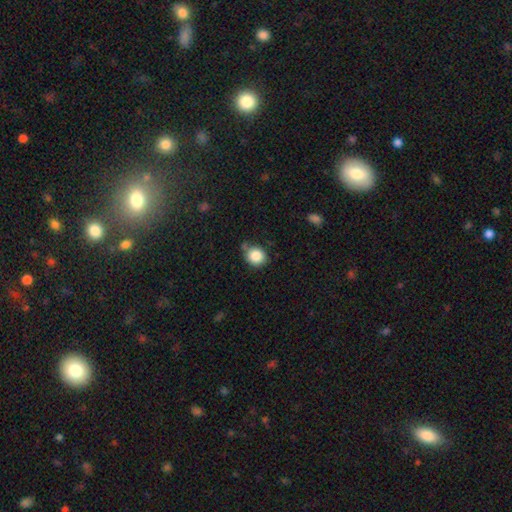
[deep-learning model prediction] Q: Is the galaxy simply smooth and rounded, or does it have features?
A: smooth — 86%.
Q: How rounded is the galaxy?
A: round — 77%.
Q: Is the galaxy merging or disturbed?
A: none — 70%.